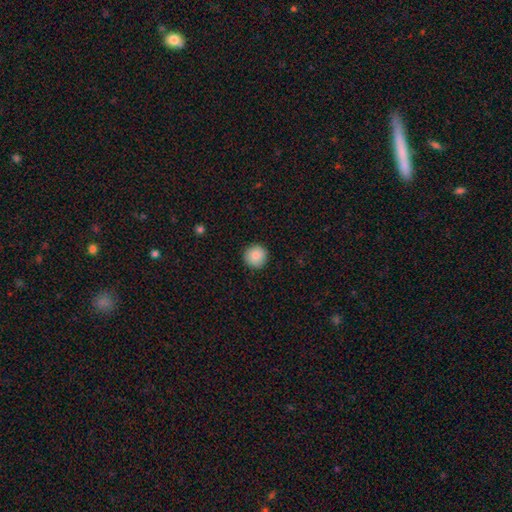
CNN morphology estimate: This appears to be a smooth galaxy with no disk features (87%) that is round (95%). Merging: none (92%).